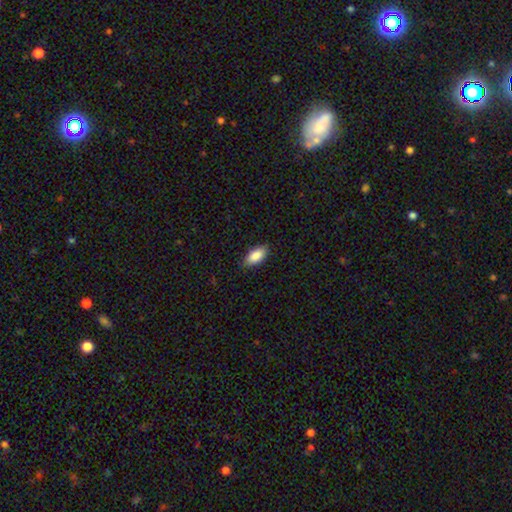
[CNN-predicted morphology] Smooth or featured?
  - smooth: 88% *
  - star or artifact: 7%
  - featured or disk: 6%
How rounded?
  - in between: 91% *
  - cigar-shaped: 6%
  - round: 2%
Merging?
  - none: 87% *
  - minor disturbance: 10%
  - major disturbance: 2%
  - merger: 1%